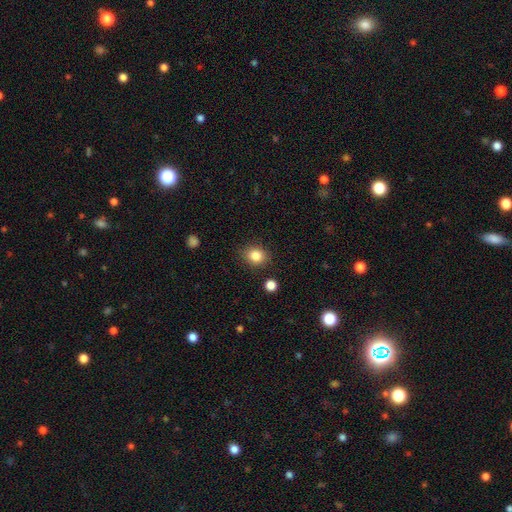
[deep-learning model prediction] Smooth or featured: smooth — 85% (star or artifact — 10%)
How rounded: round — 66% (in between — 33%)
Merging: none — 85% (minor disturbance — 10%)